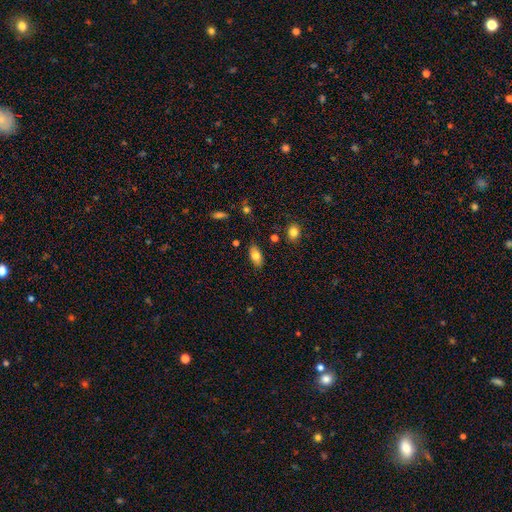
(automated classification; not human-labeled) Q: Smooth or featured?
A: smooth (76%); runner-up: featured or disk (16%)
Q: How rounded?
A: in between (89%); runner-up: cigar-shaped (6%)
Q: Merging?
A: none (84%); runner-up: minor disturbance (12%)